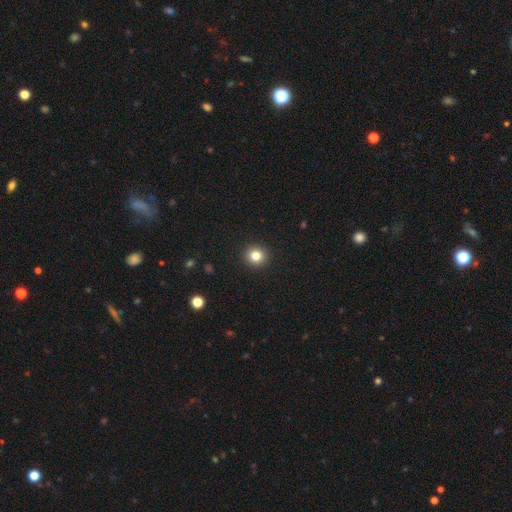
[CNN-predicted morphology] A smooth galaxy with no disk features (82%) that is round (92%).

Vote fractions:
- Smooth or featured? smooth: 82% / star or artifact: 12% / featured or disk: 6%
- How rounded? round: 92% / in between: 7% / cigar-shaped: 1%
- Merging? none: 93% / minor disturbance: 4% / major disturbance: 2% / merger: 1%